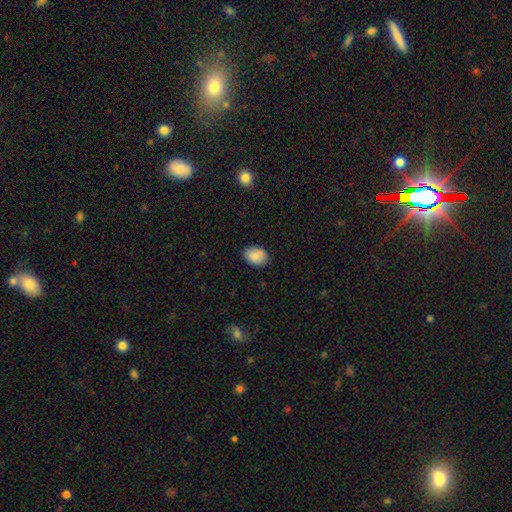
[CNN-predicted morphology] smooth-or-featured: smooth: 89% | star or artifact: 7% | featured or disk: 4%
  how-rounded: in between: 77% | round: 22% | cigar-shaped: 1%
  merging: none: 85% | minor disturbance: 12% | major disturbance: 2% | merger: 1%